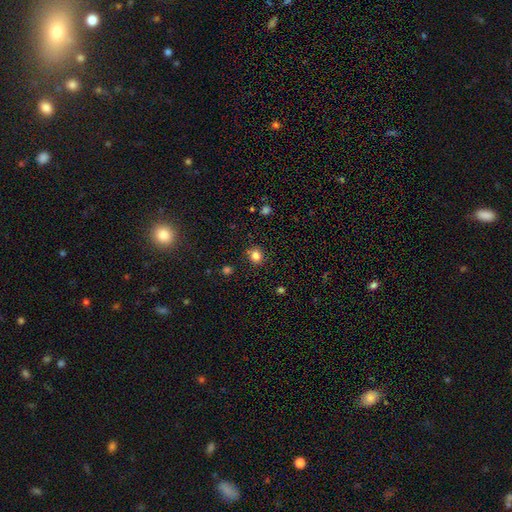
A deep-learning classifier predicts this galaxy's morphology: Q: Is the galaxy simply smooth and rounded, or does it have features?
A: smooth — 82%.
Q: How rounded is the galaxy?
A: round — 86%.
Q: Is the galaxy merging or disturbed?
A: none — 86%.